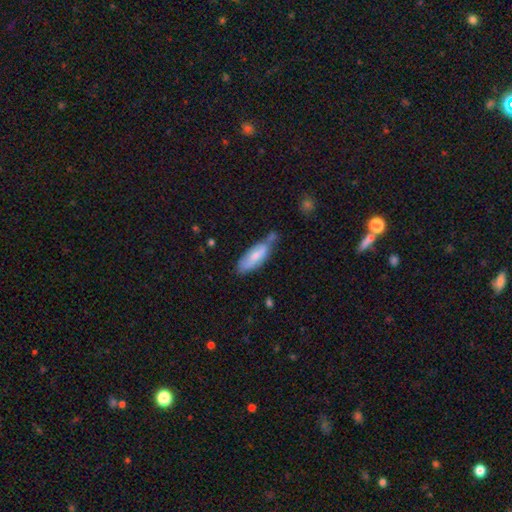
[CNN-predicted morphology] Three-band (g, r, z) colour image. It shows a smooth galaxy with no disk features (65%) that is in between round and cigar-shaped (61%). Merging: none (47%).